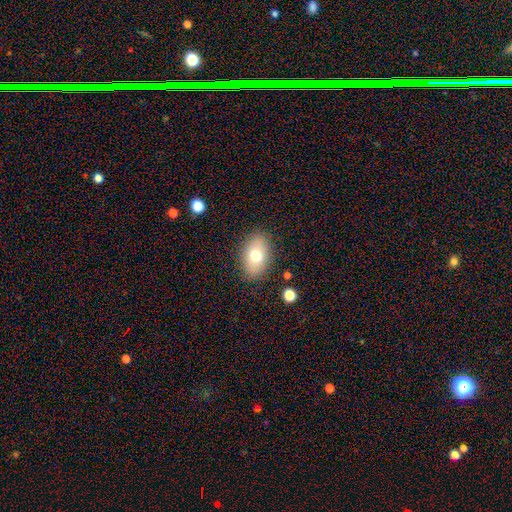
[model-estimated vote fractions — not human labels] Smooth or featured?
  - smooth: 73% *
  - featured or disk: 19%
  - star or artifact: 9%
How rounded?
  - in between: 88% *
  - round: 11%
  - cigar-shaped: 2%
Merging?
  - none: 85% *
  - minor disturbance: 10%
  - major disturbance: 3%
  - merger: 1%